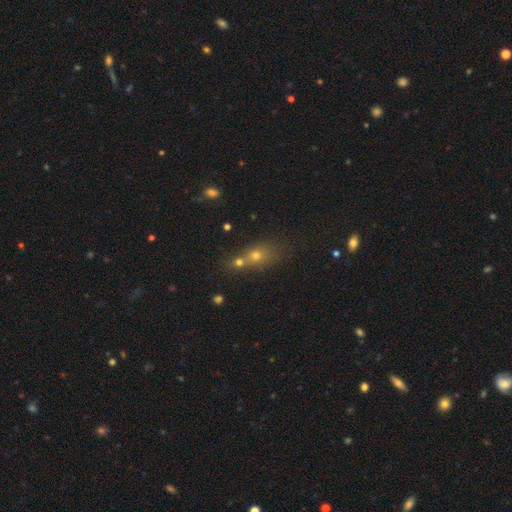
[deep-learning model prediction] Smooth or featured? smooth (53%)
How rounded? round (56%)
Merging? none (47%)